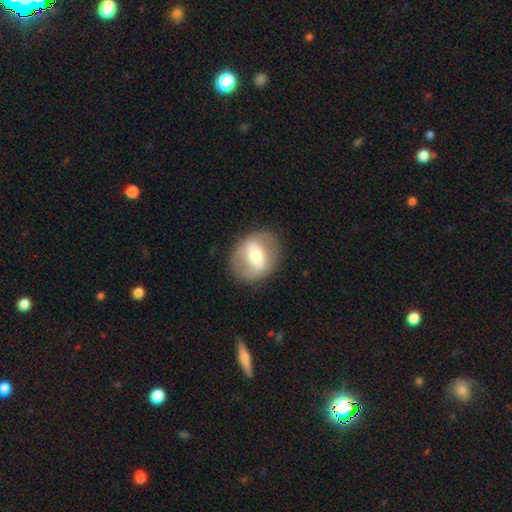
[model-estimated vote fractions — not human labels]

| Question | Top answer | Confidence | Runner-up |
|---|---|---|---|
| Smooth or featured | featured or disk | 56% | smooth (37%) |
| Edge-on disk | no | 92% | yes (8%) |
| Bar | strong | 46% | weak (34%) |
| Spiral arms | no | 56% | yes (44%) |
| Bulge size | moderate | 62% | small (23%) |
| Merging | none | 81% | minor disturbance (12%) |